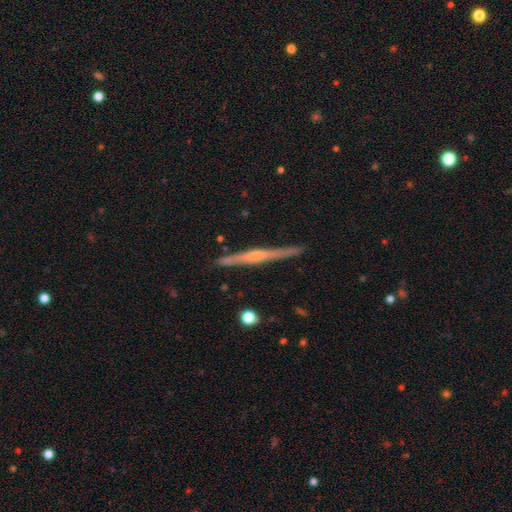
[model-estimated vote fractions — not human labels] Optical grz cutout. It shows a featured or disk galaxy (74%) viewed edge-on (98%) with a rounded central bulge (56%). Merging: none (89%).